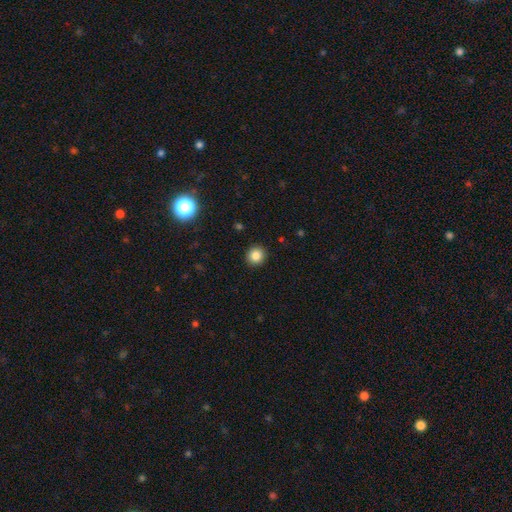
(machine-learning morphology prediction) The model was most divided on "smooth or featured": smooth: 84%, star or artifact: 11%, featured or disk: 5%. More confident: merging — none (92%); how rounded — round (92%).